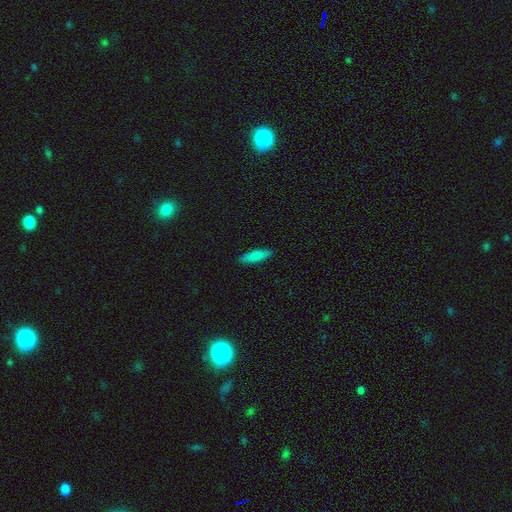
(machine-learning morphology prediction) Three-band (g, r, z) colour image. It shows a smooth galaxy with no disk features (83%) that is cigar-shaped (58%). Merging: none (89%).